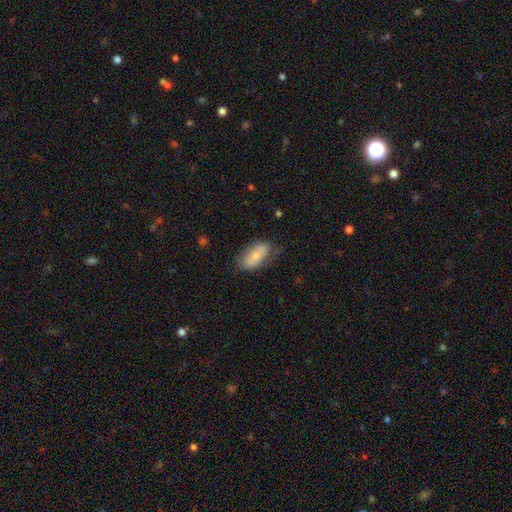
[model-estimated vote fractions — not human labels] A smooth galaxy with no disk features (68%) that is in between round and cigar-shaped (89%).

Vote fractions:
- Smooth or featured? smooth: 68% / featured or disk: 25% / star or artifact: 7%
- How rounded? in between: 89% / cigar-shaped: 7% / round: 4%
- Merging? none: 63% / minor disturbance: 26% / major disturbance: 8% / merger: 3%